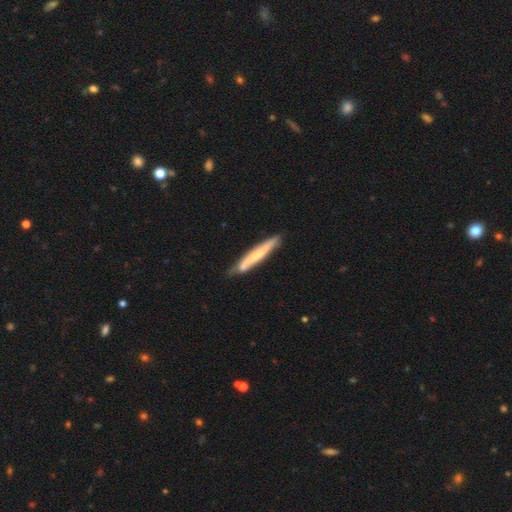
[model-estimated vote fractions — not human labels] This appears to be a smooth galaxy with no disk features (52%) that is cigar-shaped (95%). Merging: none (75%).